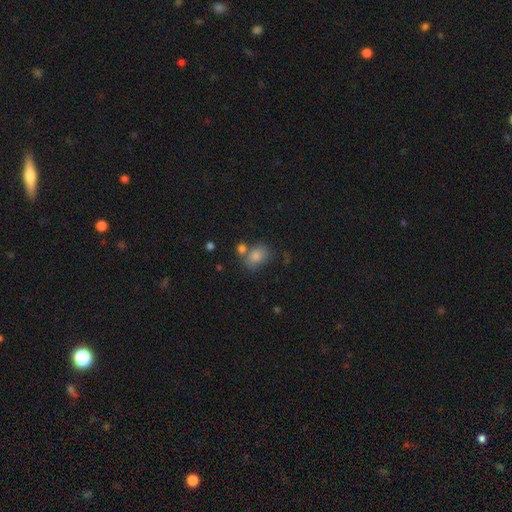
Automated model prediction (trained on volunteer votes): Overall: smooth (76%). How rounded: in between (54%; round 45%). Merging: none (56%; merger 22%).